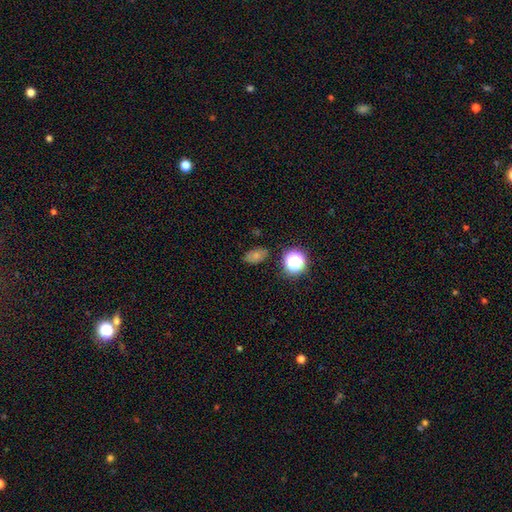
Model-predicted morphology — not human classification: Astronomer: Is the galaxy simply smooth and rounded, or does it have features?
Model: smooth — 71%.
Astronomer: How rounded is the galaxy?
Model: in between — 81%.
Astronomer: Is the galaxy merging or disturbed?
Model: none — 77%.